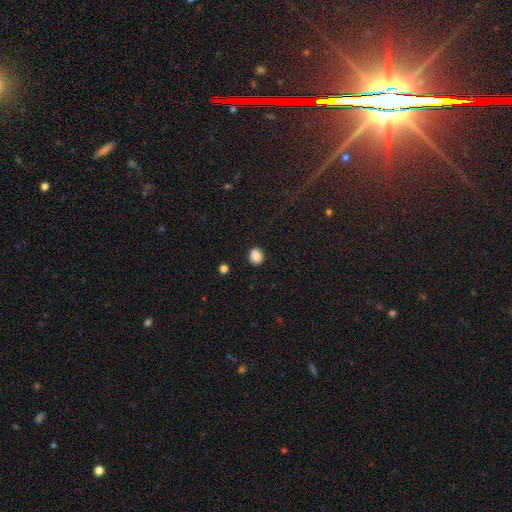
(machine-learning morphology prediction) smooth_or_featured: smooth (p=0.88) [alt: star or artifact p=0.09]
how_rounded: round (p=0.66) [alt: in between p=0.33]
merging: none (p=0.89) [alt: minor disturbance p=0.07]